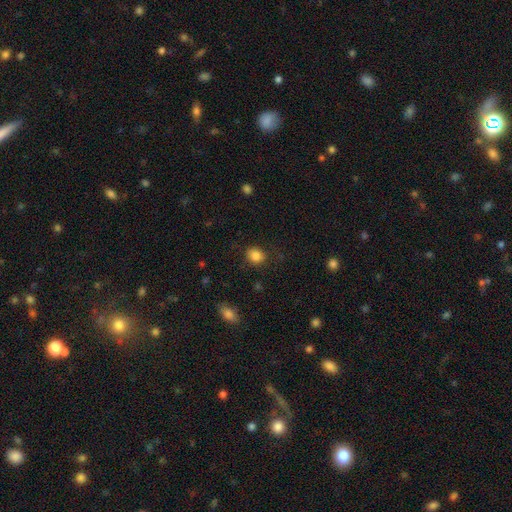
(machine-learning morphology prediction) Overall: smooth (84%). How rounded: round (68%; in between 31%). Merging: none (81%).